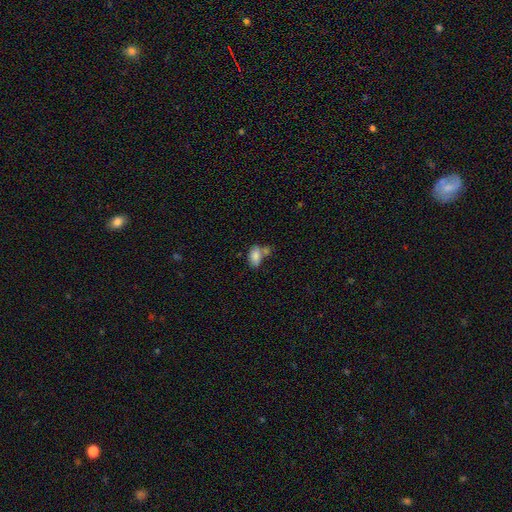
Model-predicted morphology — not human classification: Smooth or featured?
  - smooth: 82% *
  - featured or disk: 9%
  - star or artifact: 9%
How rounded?
  - in between: 91% *
  - round: 7%
  - cigar-shaped: 2%
Merging?
  - none: 40% *
  - merger: 37%
  - minor disturbance: 16%
  - major disturbance: 7%